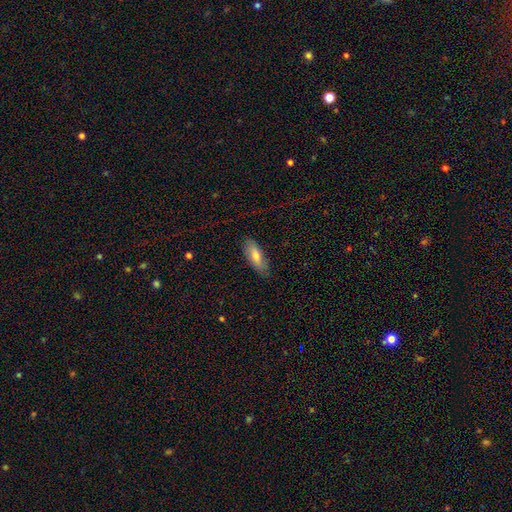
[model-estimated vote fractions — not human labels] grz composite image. It shows a smooth galaxy with no disk features (74%) that is in between round and cigar-shaped (67%). Merging: none (83%).